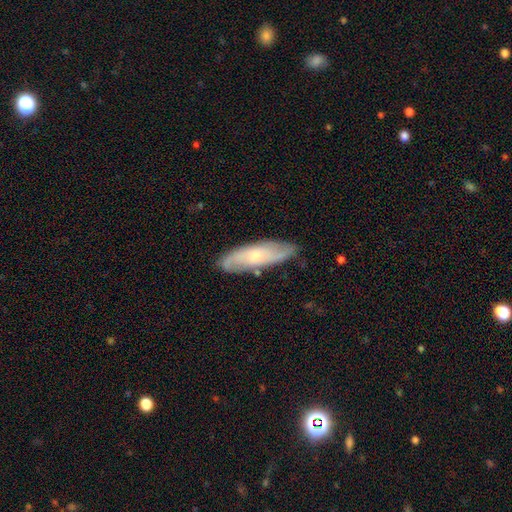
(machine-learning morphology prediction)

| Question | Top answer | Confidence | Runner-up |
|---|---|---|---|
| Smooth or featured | featured or disk | 53% | smooth (40%) |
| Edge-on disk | no | 74% | yes (26%) |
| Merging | none | 81% | minor disturbance (15%) |